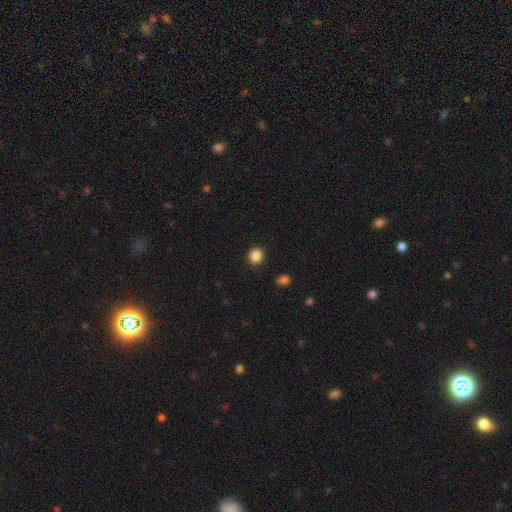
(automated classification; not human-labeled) This is clearly a smooth galaxy (87%). How rounded: clearly round (86%). Merging: clearly none (92%).